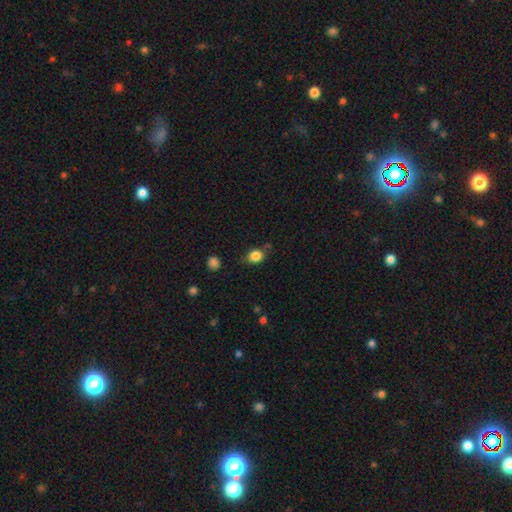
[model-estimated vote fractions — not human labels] Smooth or featured?
  - smooth: 83% *
  - star or artifact: 10%
  - featured or disk: 7%
How rounded?
  - round: 63% *
  - in between: 36%
  - cigar-shaped: 1%
Merging?
  - none: 69% *
  - minor disturbance: 22%
  - major disturbance: 5%
  - merger: 4%